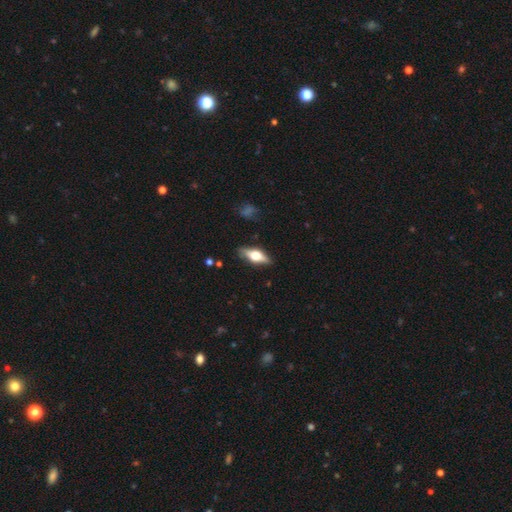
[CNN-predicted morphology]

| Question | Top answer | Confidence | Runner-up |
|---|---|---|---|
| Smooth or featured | featured or disk | 55% | smooth (39%) |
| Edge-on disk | yes | 91% | no (9%) |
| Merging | none | 85% | minor disturbance (11%) |